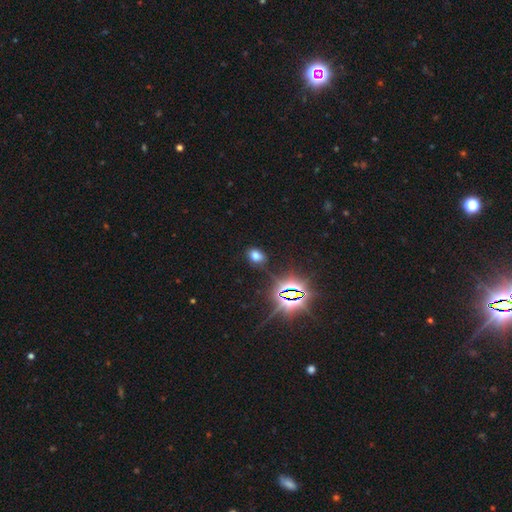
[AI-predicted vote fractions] Smooth or featured? Predicted: smooth (p=0.62). How rounded? Predicted: in between (p=0.71). Merging? Predicted: none (p=0.78).